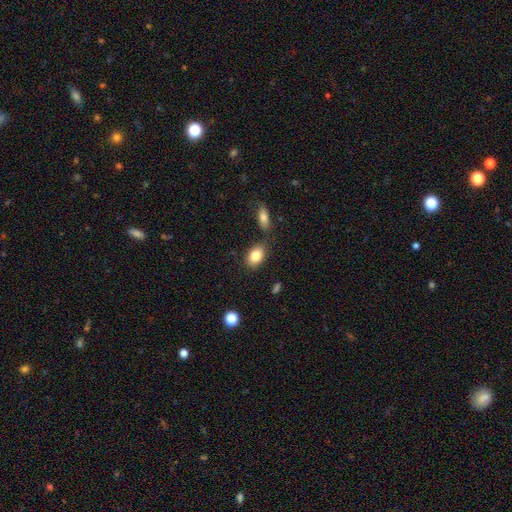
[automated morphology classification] A smooth galaxy with no disk features (83%) that is in between round and cigar-shaped (84%). Merging: none (76%).